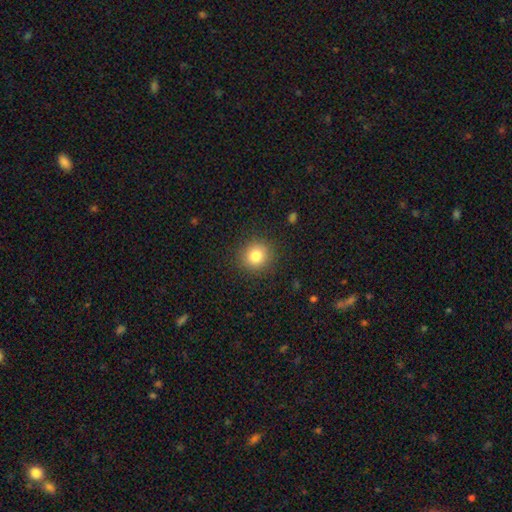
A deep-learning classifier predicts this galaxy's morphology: smooth_or_featured: smooth (p=0.82) [alt: star or artifact p=0.11]
how_rounded: round (p=0.90) [alt: in between p=0.09]
merging: none (p=0.89) [alt: minor disturbance p=0.07]